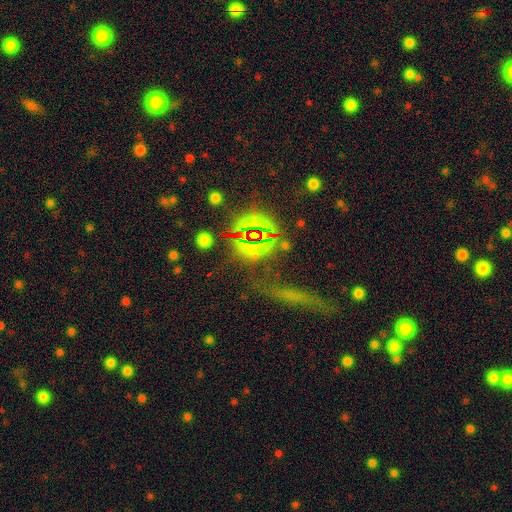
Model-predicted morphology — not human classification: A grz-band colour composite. It shows a star or artifact, not a galaxy (66%).